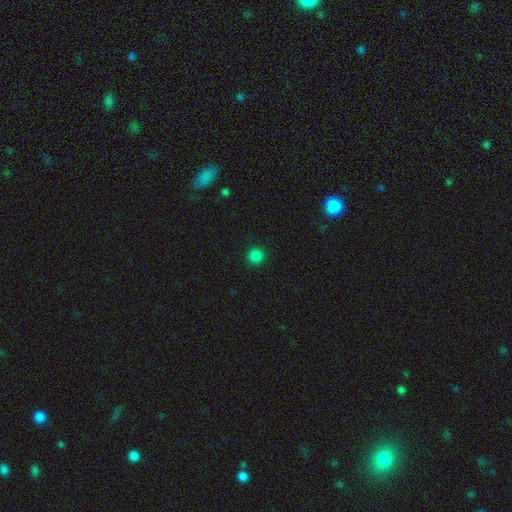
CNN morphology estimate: The model was most divided on "smooth or featured": smooth: 84%, star or artifact: 13%, featured or disk: 3%. More confident: how rounded — round (94%); merging — none (92%).